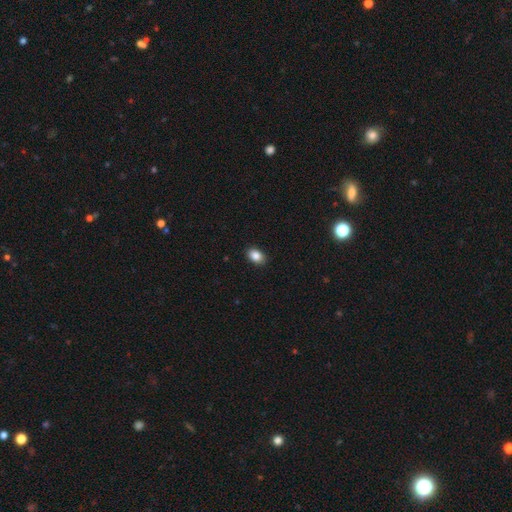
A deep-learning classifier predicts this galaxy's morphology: Q: Smooth or featured?
A: smooth (86%); runner-up: star or artifact (9%)
Q: How rounded?
A: in between (80%); runner-up: round (19%)
Q: Merging?
A: none (90%); runner-up: minor disturbance (8%)